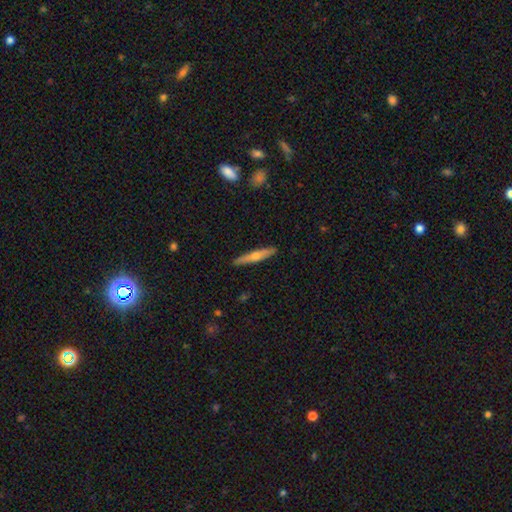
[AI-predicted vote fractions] A featured or disk galaxy (50%) viewed edge-on (94%).

Vote fractions:
- Smooth or featured? featured or disk: 50% / smooth: 44% / star or artifact: 6%
- Edge-on disk? yes: 94% / no: 6%
- Merging? none: 90% / minor disturbance: 7% / major disturbance: 1% / merger: 1%